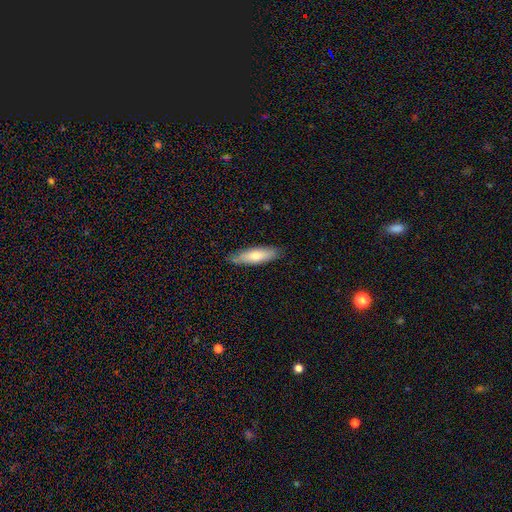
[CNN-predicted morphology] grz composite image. It shows a smooth galaxy with no disk features (69%) that is cigar-shaped (57%). Merging: none (83%).